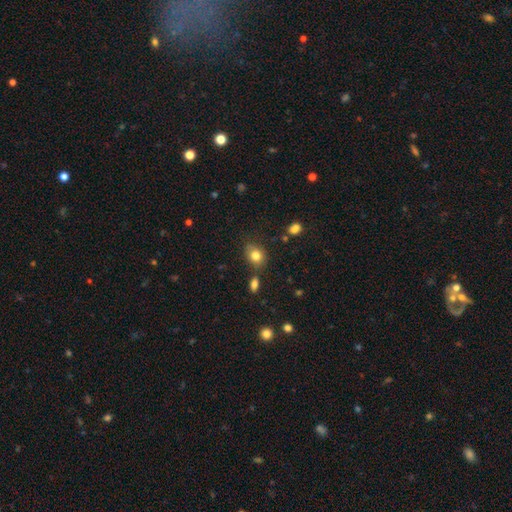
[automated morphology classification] Smooth or featured?
  - smooth: 81% *
  - star or artifact: 10%
  - featured or disk: 9%
How rounded?
  - in between: 50% *
  - round: 49%
  - cigar-shaped: 1%
Merging?
  - none: 72% *
  - minor disturbance: 17%
  - merger: 7%
  - major disturbance: 4%